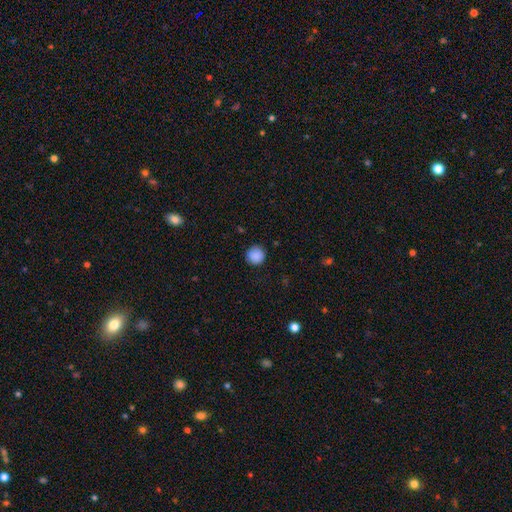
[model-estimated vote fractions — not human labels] Smooth or featured? smooth (88%)
How rounded? round (95%)
Merging? none (89%)